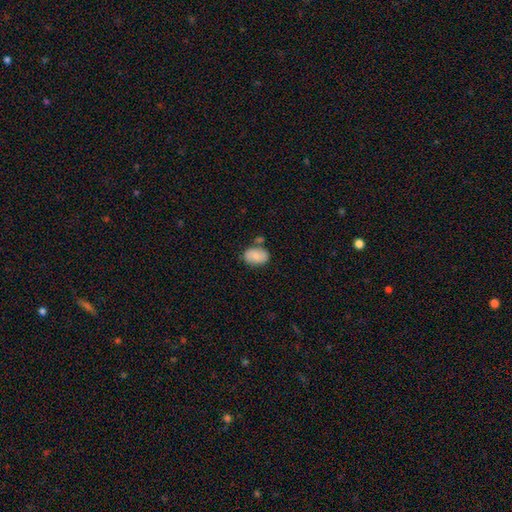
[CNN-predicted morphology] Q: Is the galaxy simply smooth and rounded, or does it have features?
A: smooth — 70%.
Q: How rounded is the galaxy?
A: in between — 81%.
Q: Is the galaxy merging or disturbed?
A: none — 63%.